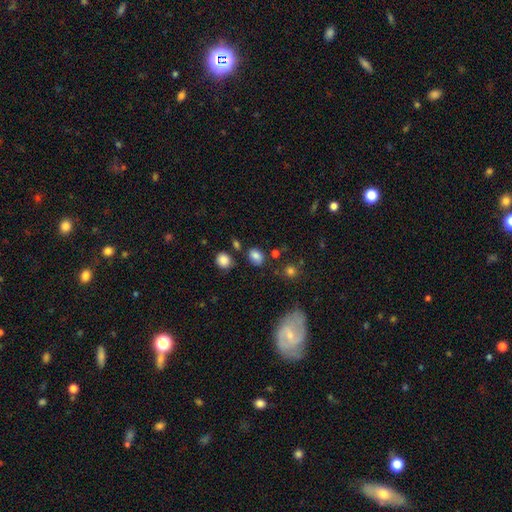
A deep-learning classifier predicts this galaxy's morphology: smooth-or-featured: smooth: 80% | star or artifact: 12% | featured or disk: 7%
  how-rounded: in between: 68% | round: 30% | cigar-shaped: 1%
  merging: none: 74% | minor disturbance: 14% | merger: 7% | major disturbance: 4%